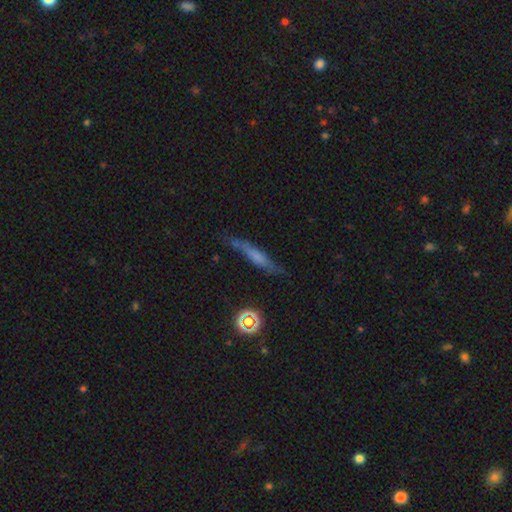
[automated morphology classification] Smooth or featured?
  - smooth: 47% *
  - featured or disk: 41%
  - star or artifact: 13%
Merging?
  - none: 67% *
  - minor disturbance: 22%
  - major disturbance: 7%
  - merger: 4%